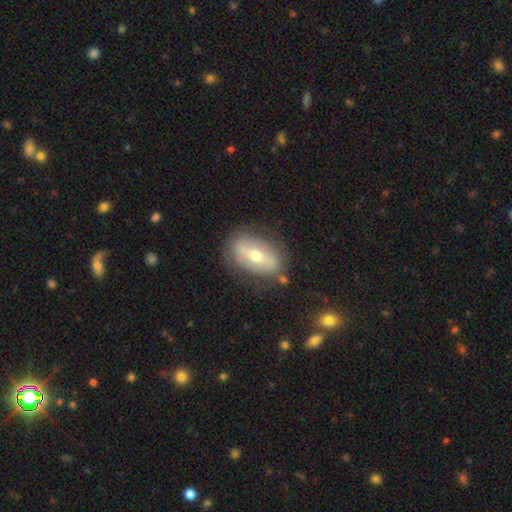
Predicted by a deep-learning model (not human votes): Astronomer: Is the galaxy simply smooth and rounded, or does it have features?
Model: featured or disk — 52% (runner-up: smooth, 42%).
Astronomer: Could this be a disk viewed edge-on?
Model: no — 83%.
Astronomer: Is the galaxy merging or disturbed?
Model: none — 78%.